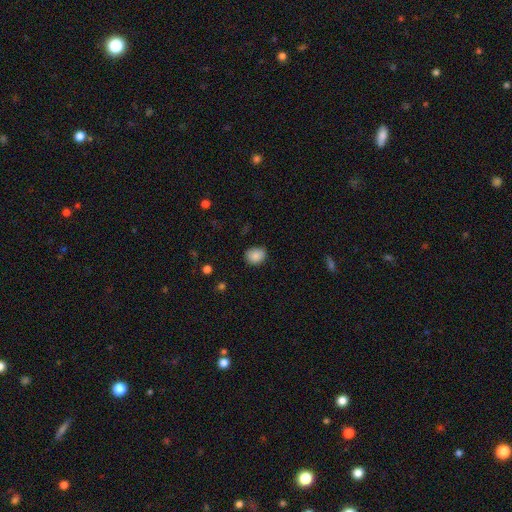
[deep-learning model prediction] Q: Smooth or featured?
A: smooth (87%); runner-up: star or artifact (9%)
Q: How rounded?
A: round (53%); runner-up: in between (46%)
Q: Merging?
A: none (81%); runner-up: minor disturbance (15%)